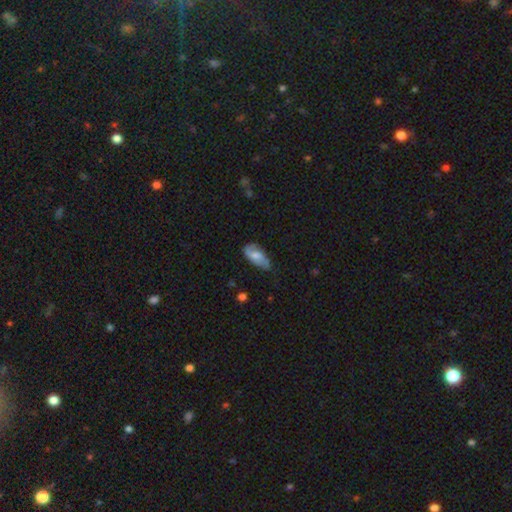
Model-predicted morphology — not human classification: smooth-or-featured: featured or disk: 47% | smooth: 46% | star or artifact: 7%
  merging: none: 59% | minor disturbance: 30% | major disturbance: 9% | merger: 2%